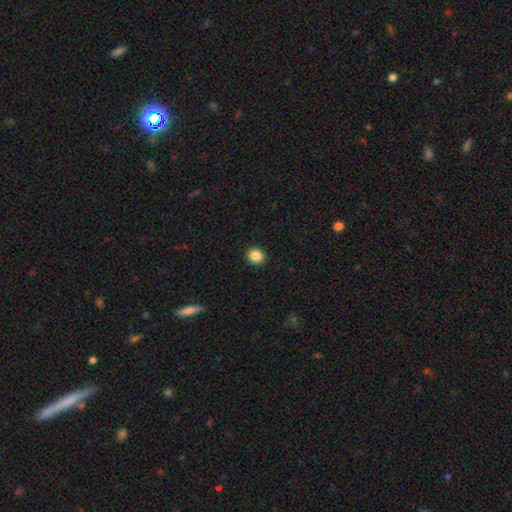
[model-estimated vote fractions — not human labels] smooth_or_featured: smooth (p=0.86) [alt: star or artifact p=0.10]
how_rounded: round (p=0.76) [alt: in between p=0.23]
merging: none (p=0.92) [alt: minor disturbance p=0.05]